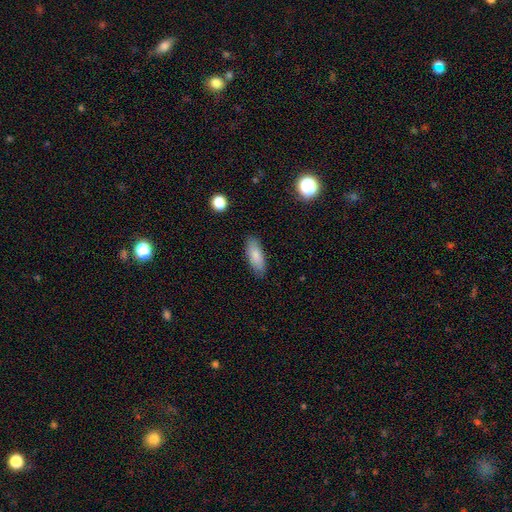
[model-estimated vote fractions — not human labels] The model was most divided on "how rounded": in between: 73%, cigar-shaped: 25%, round: 2%. More confident: merging — none (86%); smooth or featured — smooth (85%).